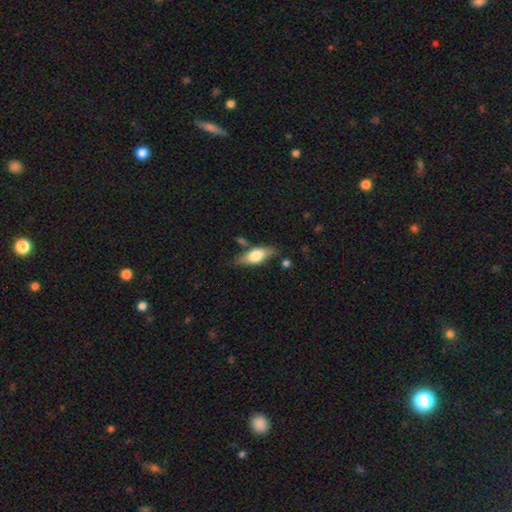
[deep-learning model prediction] Morphology: type=smooth (64%); roundness=in between (76%); merging=none (72%).